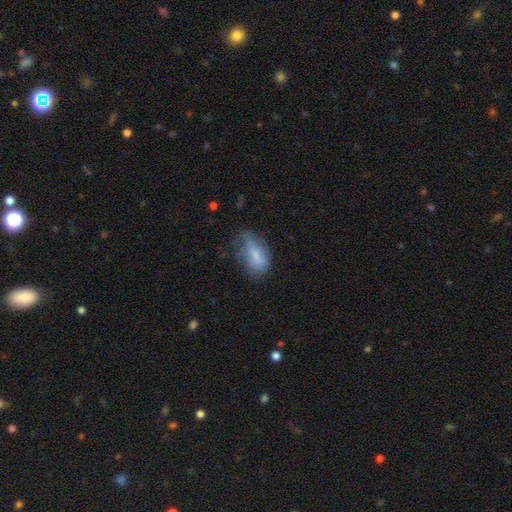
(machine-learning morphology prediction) This is likely a smooth galaxy (69%). How rounded: clearly in between (89%). Merging: marginally none (40%).